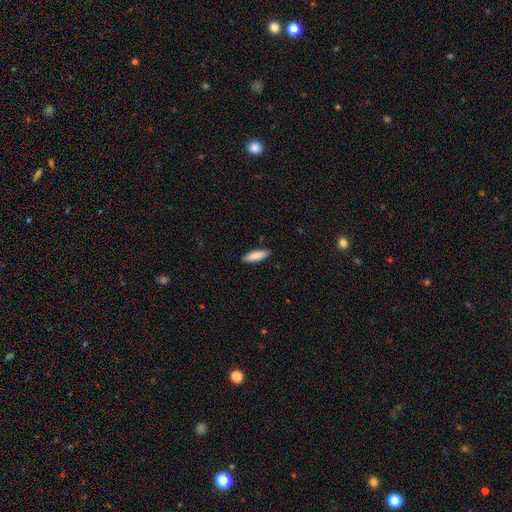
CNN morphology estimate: Smooth or featured?
  - smooth: 87% *
  - featured or disk: 8%
  - star or artifact: 6%
How rounded?
  - in between: 49% * (tied)
  - cigar-shaped: 49% * (tied)
  - round: 1%
Merging?
  - none: 87% *
  - minor disturbance: 10%
  - major disturbance: 2%
  - merger: 1%